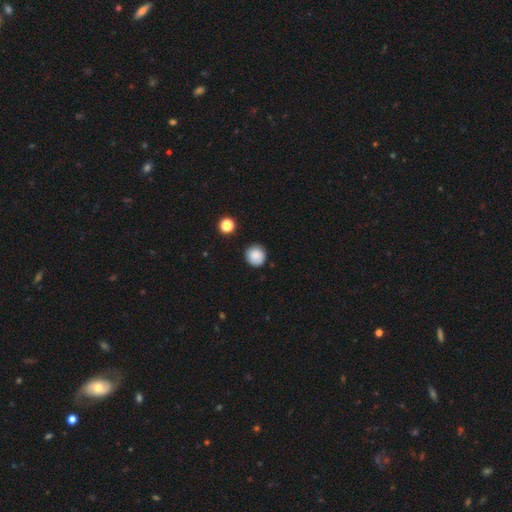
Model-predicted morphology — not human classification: smooth_or_featured: smooth (p=0.86) [alt: star or artifact p=0.09]
how_rounded: round (p=0.94) [alt: in between p=0.05]
merging: none (p=0.88) [alt: minor disturbance p=0.08]